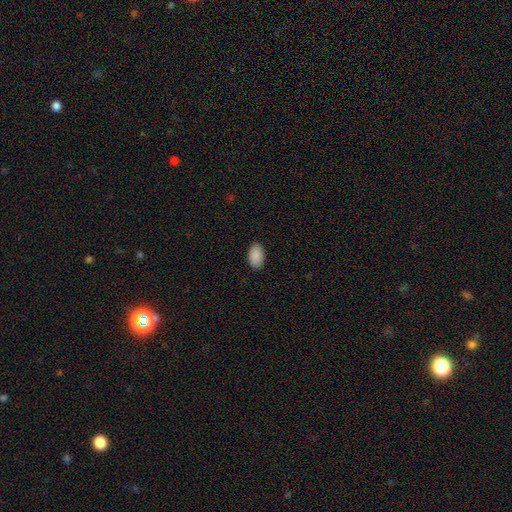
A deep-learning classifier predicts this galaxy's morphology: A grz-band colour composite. It shows a smooth galaxy with no disk features (90%) that is in between round and cigar-shaped (95%). Merging: none (88%).